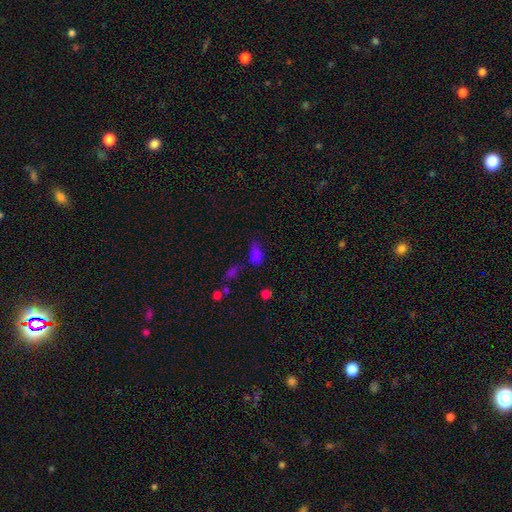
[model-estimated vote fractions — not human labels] Overall: smooth (76%). How rounded: in between (83%). Merging: none (46%; minor disturbance 29%).